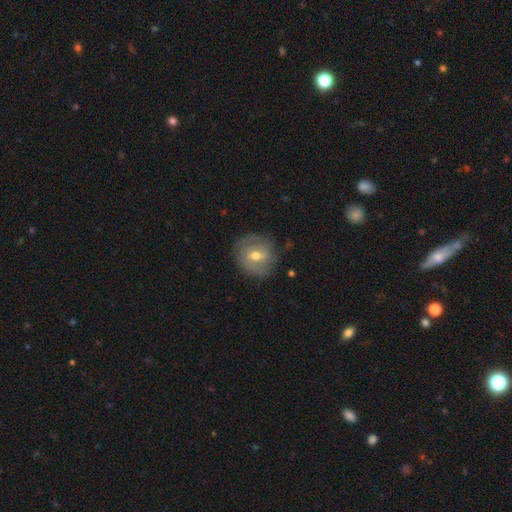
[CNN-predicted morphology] The model was most divided on "bar": weak: 50%, no: 35%, strong: 16%. More confident: edge-on disk — no (96%); merging — none (76%); bulge size — moderate (71%); spiral arms — yes (67%); smooth or featured — featured or disk (57%).